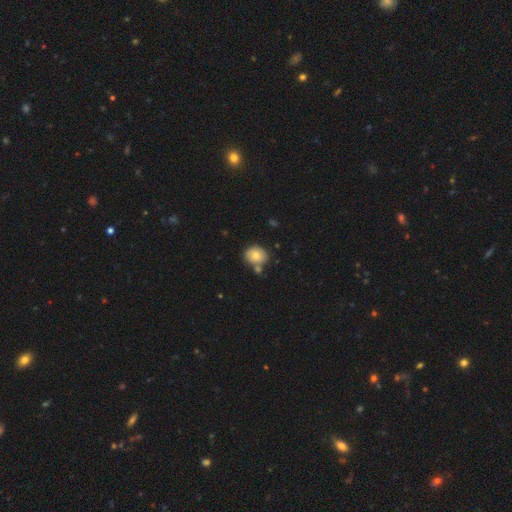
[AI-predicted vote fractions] Morphology: type=smooth (74%); roundness=round (68%); merging=none (64%).